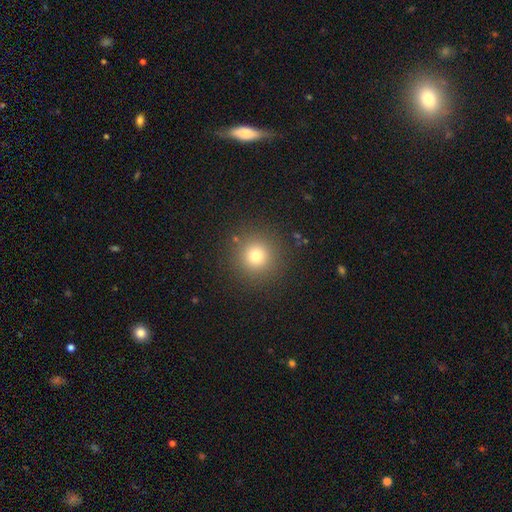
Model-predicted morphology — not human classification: Smooth or featured? smooth (76%)
How rounded? round (95%)
Merging? none (89%)